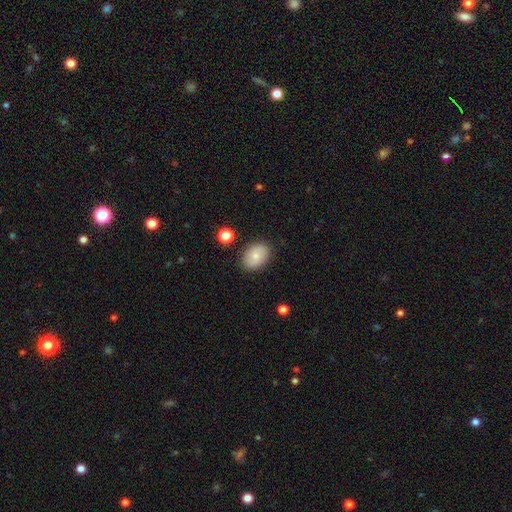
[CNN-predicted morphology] Overall: smooth (80%). How rounded: in between (79%). Merging: none (86%).